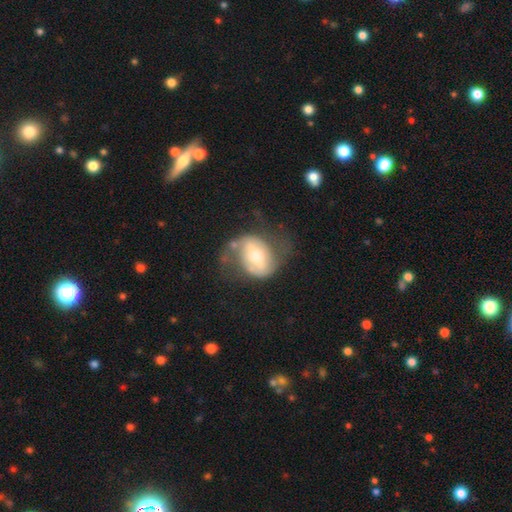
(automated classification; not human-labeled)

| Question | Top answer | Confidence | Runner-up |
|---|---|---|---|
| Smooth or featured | featured or disk | 66% | smooth (27%) |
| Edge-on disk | no | 95% | yes (5%) |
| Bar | weak | 39% | no (35%) |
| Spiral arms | yes | 72% | no (28%) |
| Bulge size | moderate | 64% | small (23%) |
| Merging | none | 45% | major disturbance (26%) |